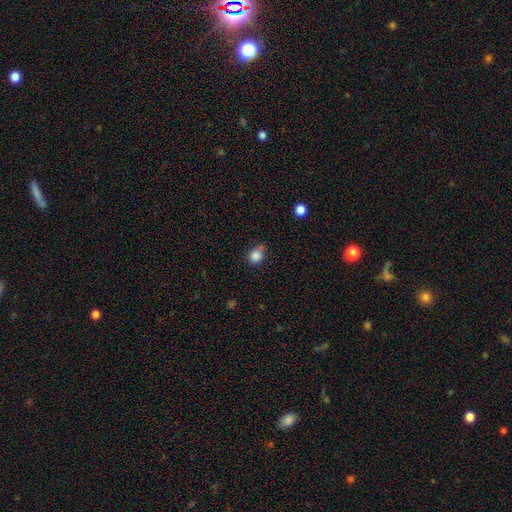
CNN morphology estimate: Smooth or featured: smooth — 84% (star or artifact — 11%)
How rounded: round — 77% (in between — 22%)
Merging: none — 60% (minor disturbance — 27%)